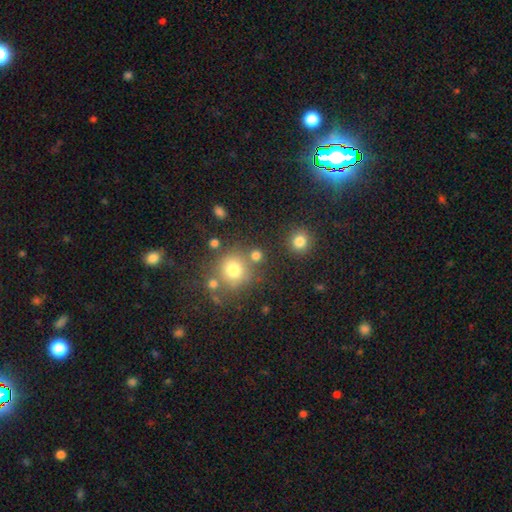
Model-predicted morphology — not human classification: Smooth or featured?
  - smooth: 76% *
  - star or artifact: 17%
  - featured or disk: 8%
How rounded?
  - round: 88% *
  - in between: 11%
  - cigar-shaped: 1%
Merging?
  - none: 71% *
  - merger: 15%
  - minor disturbance: 9%
  - major disturbance: 5%